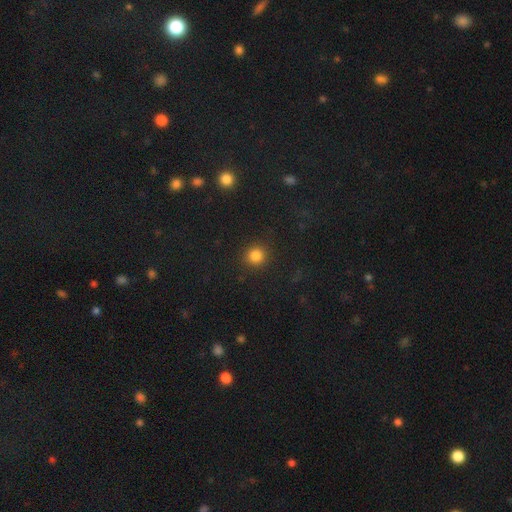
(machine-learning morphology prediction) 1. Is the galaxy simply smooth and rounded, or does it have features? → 84% smooth, 12% star or artifact, 4% featured or disk.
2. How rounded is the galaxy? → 92% round, 7% in between, 1% cigar-shaped.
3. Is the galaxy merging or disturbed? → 91% none, 6% minor disturbance, 3% major disturbance, 1% merger.